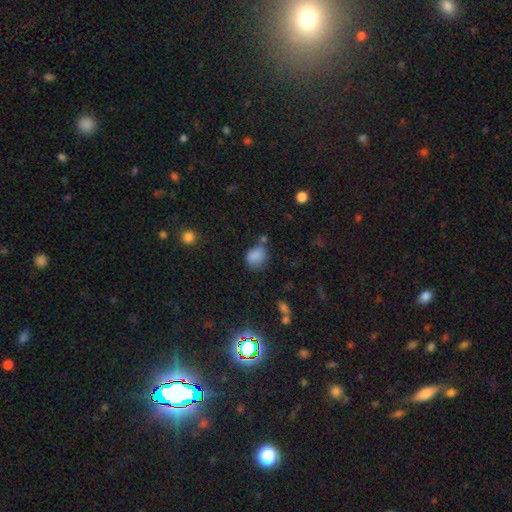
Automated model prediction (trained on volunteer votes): smooth_or_featured: smooth (p=0.81) [alt: star or artifact p=0.12]
how_rounded: in between (p=0.53) [alt: round p=0.45]
merging: none (p=0.52) [alt: minor disturbance p=0.27]